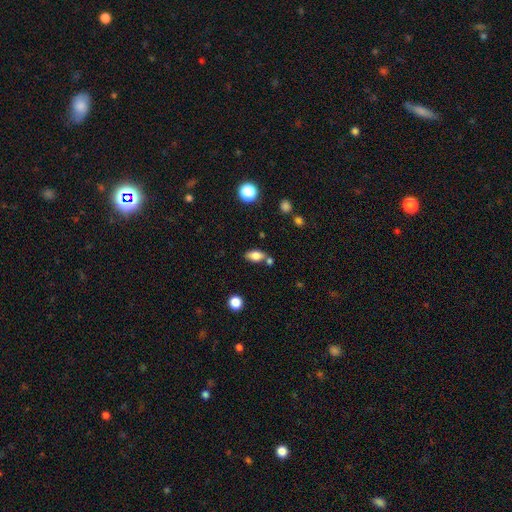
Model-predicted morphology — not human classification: type=smooth (80%); roundness=in between (88%); merging=none (65%).